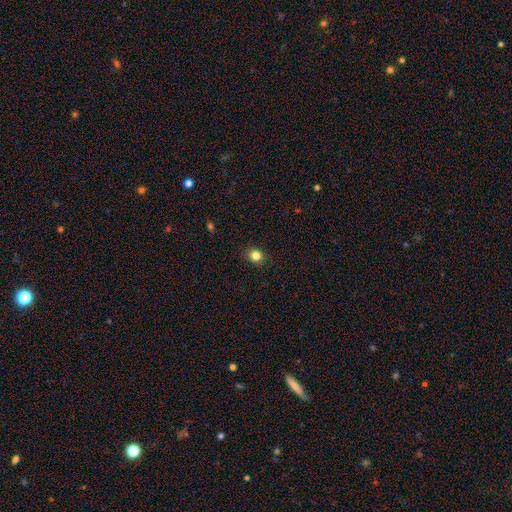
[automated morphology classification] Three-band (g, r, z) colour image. It shows a smooth galaxy with no disk features (82%) that is round (76%). Merging: none (90%).